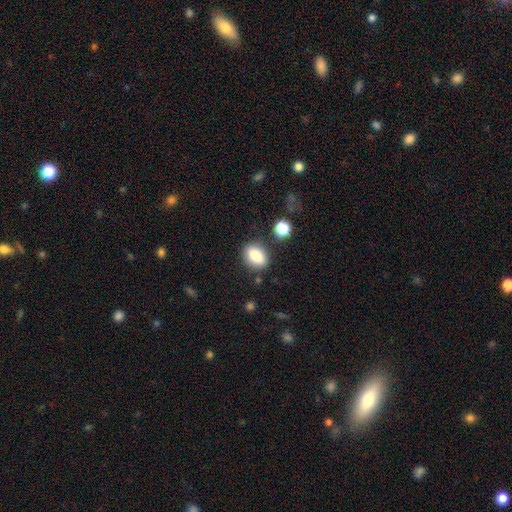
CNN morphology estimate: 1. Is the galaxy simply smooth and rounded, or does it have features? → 85% smooth, 9% star or artifact, 6% featured or disk.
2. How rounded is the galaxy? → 76% in between, 23% round, 2% cigar-shaped.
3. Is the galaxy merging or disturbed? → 77% none, 14% minor disturbance, 6% merger, 4% major disturbance.